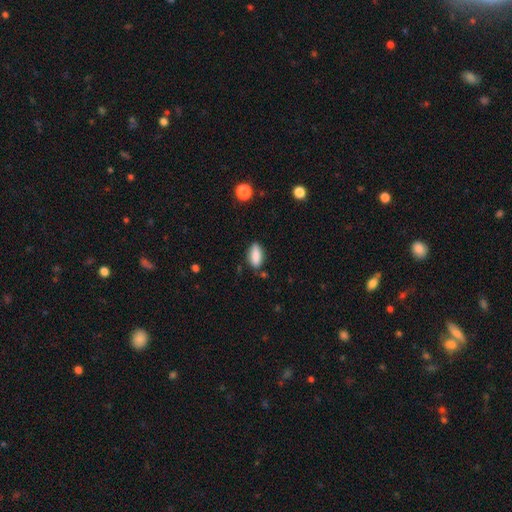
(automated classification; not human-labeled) Smooth or featured? smooth (86%)
How rounded? in between (83%)
Merging? none (79%)